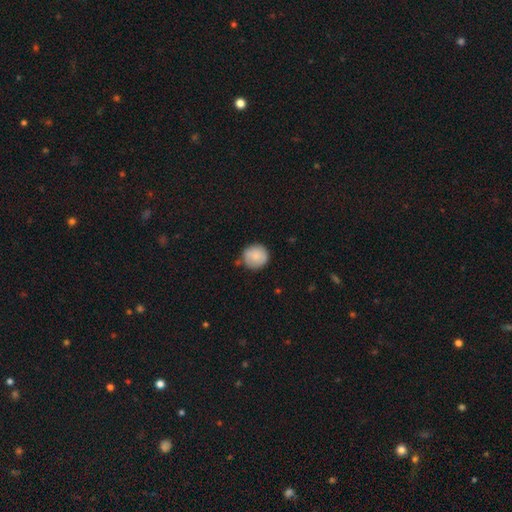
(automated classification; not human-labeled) A smooth galaxy with no disk features (82%) that is round (92%).

Vote fractions:
- Smooth or featured? smooth: 82% / featured or disk: 11% / star or artifact: 7%
- How rounded? round: 92% / in between: 7% / cigar-shaped: 1%
- Merging? none: 80% / minor disturbance: 14% / major disturbance: 3% / merger: 2%